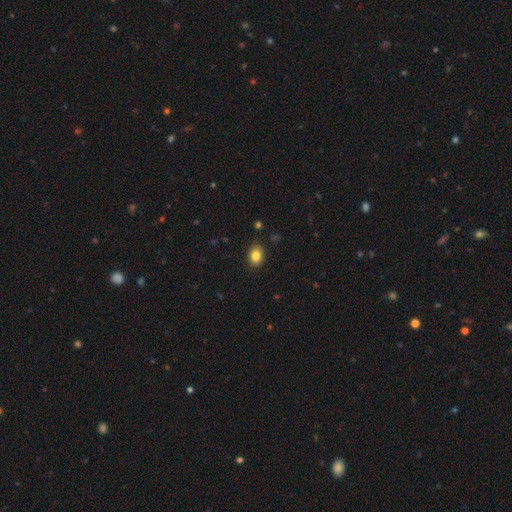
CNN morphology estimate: smooth 83%, star or artifact 10%, featured or disk 7%. Down the decision tree: how rounded — in between (67%); merging — none (88%).